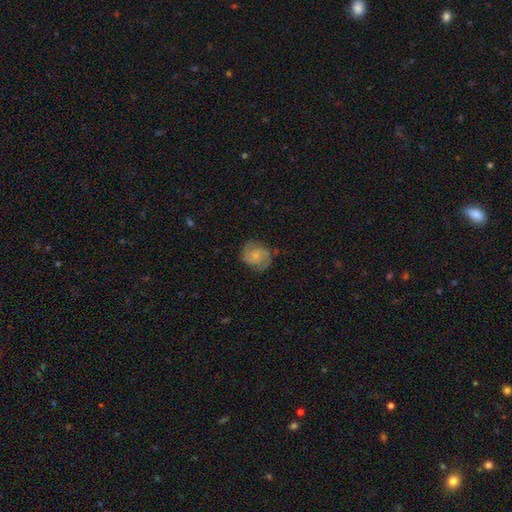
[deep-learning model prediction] The model was most divided on "spiral winding": medium: 50%, tight: 33%, loose: 17%. More confident: edge-on disk — no (98%); spiral arms — yes (94%); spiral arm count — 2 (85%); merging — none (77%); smooth or featured — featured or disk (64%); bar — no (64%); bulge size — small (52%).